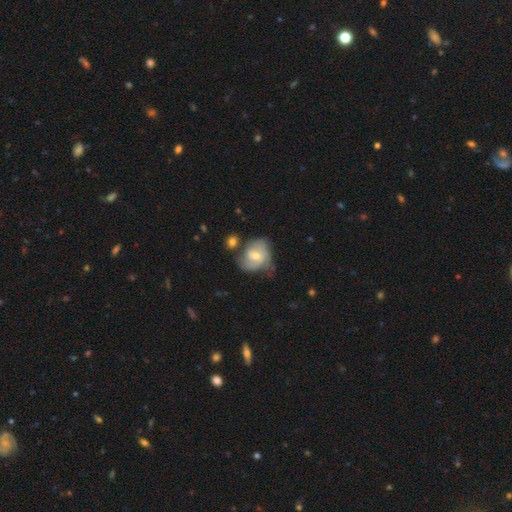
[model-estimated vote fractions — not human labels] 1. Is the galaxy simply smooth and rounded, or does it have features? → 68% featured or disk, 26% smooth, 6% star or artifact.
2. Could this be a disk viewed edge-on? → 97% no, 3% yes.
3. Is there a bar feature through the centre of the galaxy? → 54% no, 39% weak, 7% strong.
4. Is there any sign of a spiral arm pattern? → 86% yes, 14% no.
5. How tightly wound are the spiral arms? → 43% tight, 40% medium, 17% loose.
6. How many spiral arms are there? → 50% 2, 26% can't tell, 13% 3, 7% 1, 3% 4, 2% more than 4.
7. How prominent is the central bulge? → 56% moderate, 40% small, 2% large, 1% none, 1% dominant.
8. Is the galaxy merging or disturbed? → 44% none, 28% minor disturbance, 15% major disturbance, 12% merger.